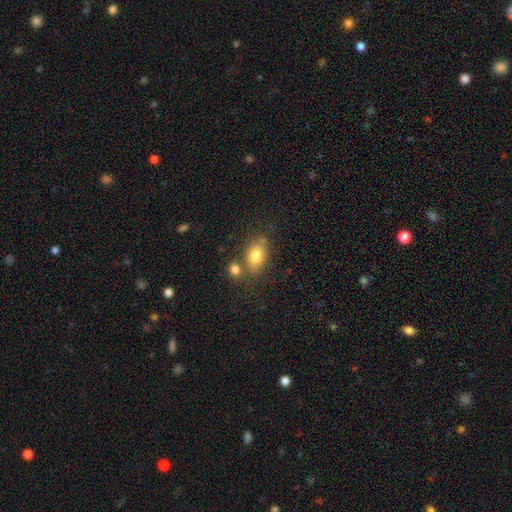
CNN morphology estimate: Smooth or featured? smooth (79%)
How rounded? in between (77%)
Merging? none (61%)